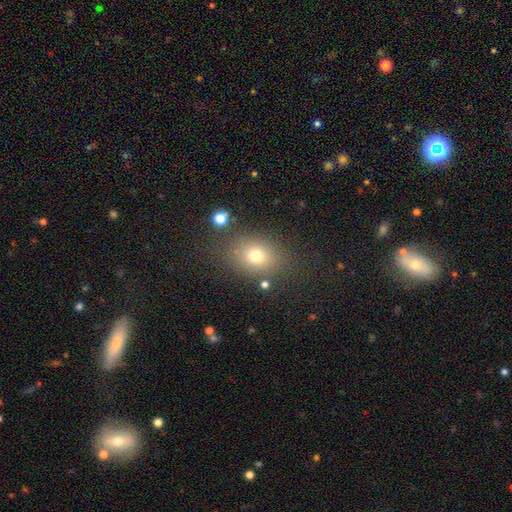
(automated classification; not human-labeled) This is likely a smooth galaxy (73%). How rounded: possibly in between (57%). Merging: likely none (77%).